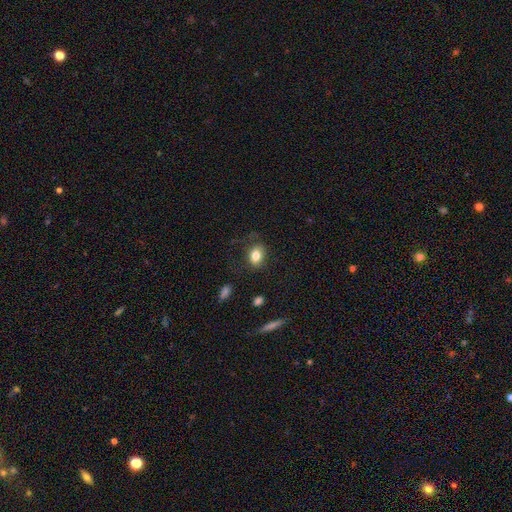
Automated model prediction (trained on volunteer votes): Smooth or featured: smooth — 81% (featured or disk — 10%)
How rounded: in between — 68% (round — 31%)
Merging: none — 74% (minor disturbance — 17%)